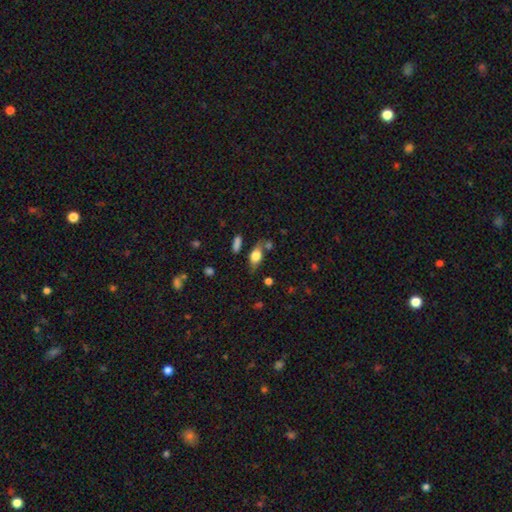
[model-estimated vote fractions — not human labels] A smooth galaxy with no disk features (70%) that is in between round and cigar-shaped (79%). Merging: none (64%).